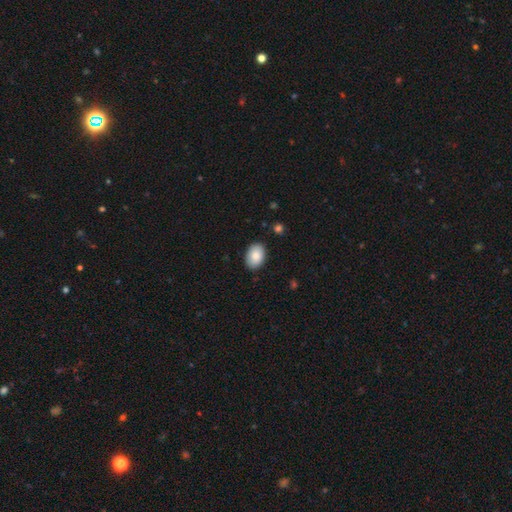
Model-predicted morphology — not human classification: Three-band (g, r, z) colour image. It shows a smooth galaxy with no disk features (85%) that is in between round and cigar-shaped (84%). Merging: none (88%).